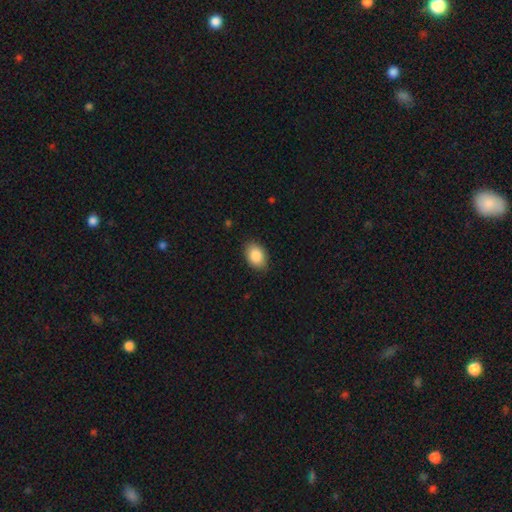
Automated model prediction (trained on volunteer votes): smooth-or-featured: smooth: 87% | star or artifact: 7% | featured or disk: 6%
  how-rounded: in between: 83% | round: 16% | cigar-shaped: 1%
  merging: none: 86% | minor disturbance: 11% | major disturbance: 2% | merger: 1%